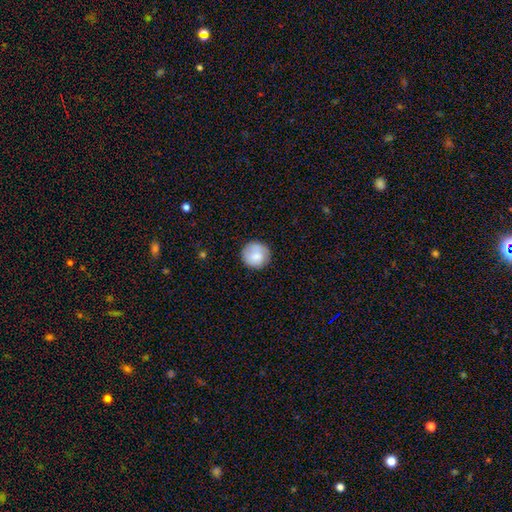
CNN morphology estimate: A smooth galaxy with no disk features (81%) that is round (93%).

Vote fractions:
- Smooth or featured? smooth: 81% / featured or disk: 12% / star or artifact: 7%
- How rounded? round: 93% / in between: 6% / cigar-shaped: 1%
- Merging? none: 81% / minor disturbance: 14% / major disturbance: 4% / merger: 1%